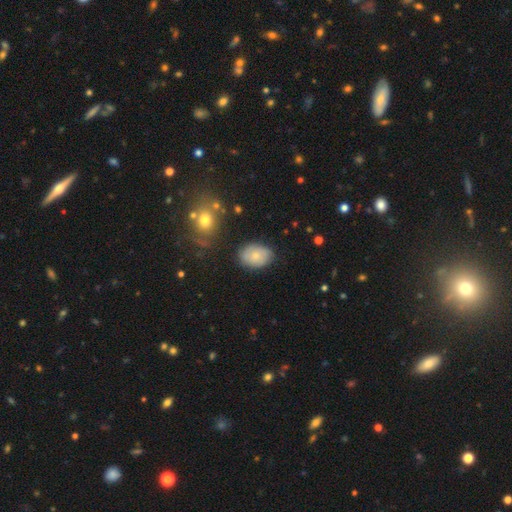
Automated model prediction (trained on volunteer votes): Q: Smooth or featured?
A: smooth (71%); runner-up: featured or disk (21%)
Q: How rounded?
A: in between (75%); runner-up: round (24%)
Q: Merging?
A: none (77%); runner-up: minor disturbance (17%)